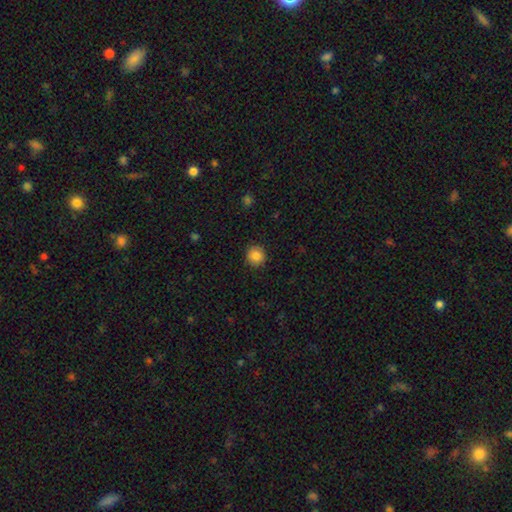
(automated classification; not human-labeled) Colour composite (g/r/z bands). It shows a smooth galaxy with no disk features (86%) that is round (92%). Merging: none (90%).